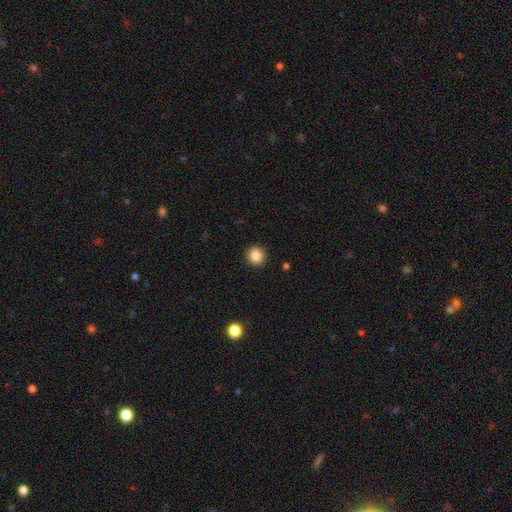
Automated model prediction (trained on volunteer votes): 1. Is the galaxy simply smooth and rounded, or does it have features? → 85% smooth, 10% star or artifact, 5% featured or disk.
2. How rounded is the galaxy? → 91% round, 8% in between, 1% cigar-shaped.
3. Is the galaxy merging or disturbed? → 92% none, 5% minor disturbance, 2% major disturbance, 1% merger.